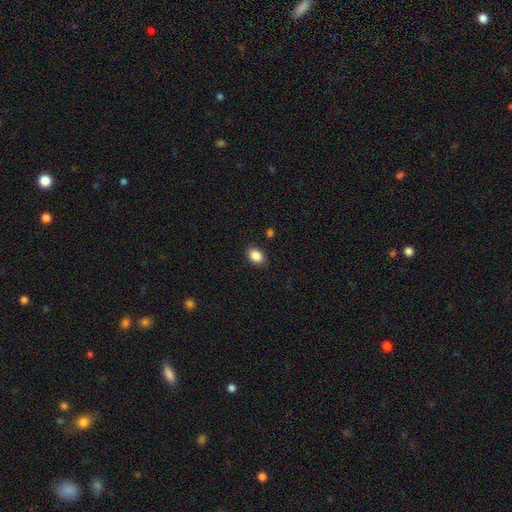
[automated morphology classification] smooth-or-featured: smooth: 88% | star or artifact: 8% | featured or disk: 4%
  how-rounded: in between: 77% | round: 22% | cigar-shaped: 1%
  merging: none: 88% | minor disturbance: 8% | major disturbance: 2% | merger: 1%